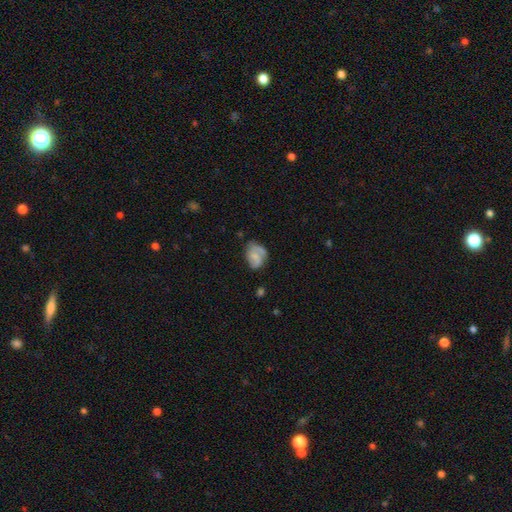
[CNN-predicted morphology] Smooth or featured? featured or disk (51%)
Edge-on disk? no (97%)
Merging? none (51%)